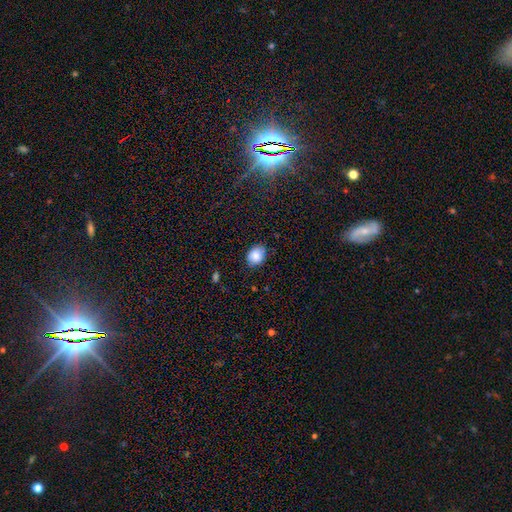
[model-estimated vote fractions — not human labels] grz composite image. It shows a smooth galaxy with no disk features (86%) that is in between round and cigar-shaped (58%). Merging: none (76%).